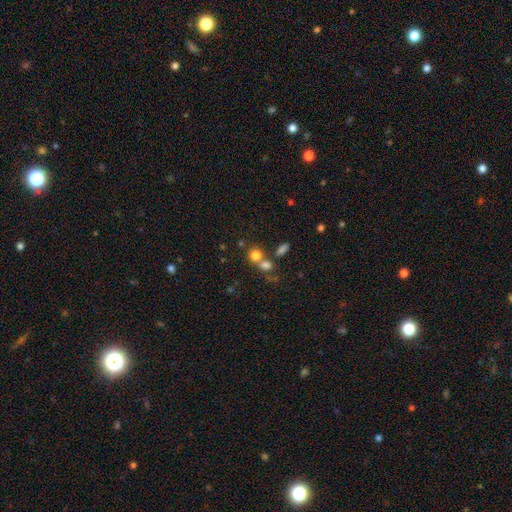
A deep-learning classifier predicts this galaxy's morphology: Smooth or featured?
  - smooth: 76% *
  - star or artifact: 13%
  - featured or disk: 10%
How rounded?
  - round: 77% *
  - in between: 22%
  - cigar-shaped: 1%
Merging?
  - none: 45% *
  - merger: 42%
  - minor disturbance: 8%
  - major disturbance: 5%